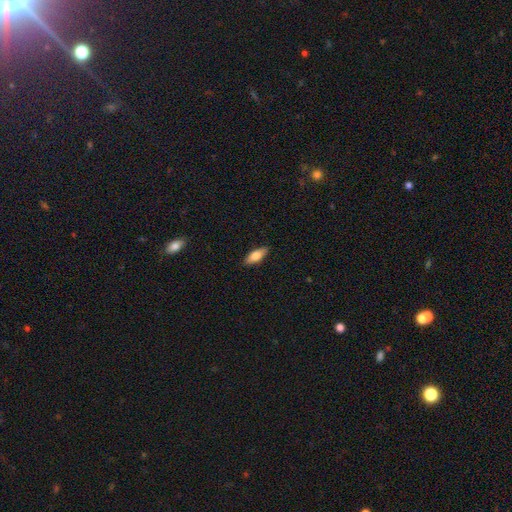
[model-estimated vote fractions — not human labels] Morphology: type=smooth (73%); roundness=in between (75%); merging=none (88%).